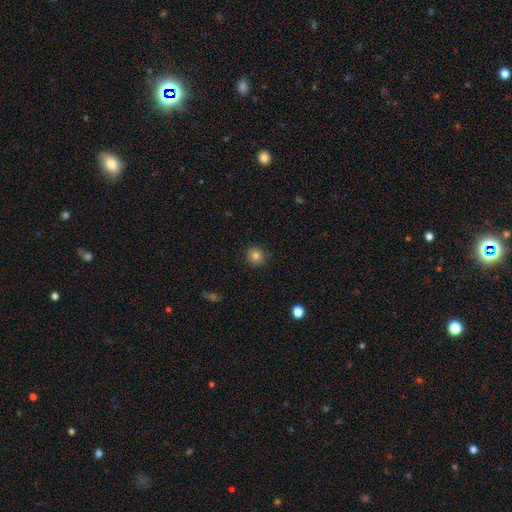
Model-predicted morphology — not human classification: Smooth or featured?
  - smooth: 80% *
  - star or artifact: 12%
  - featured or disk: 8%
How rounded?
  - round: 93% *
  - in between: 6%
  - cigar-shaped: 1%
Merging?
  - none: 88% *
  - minor disturbance: 9%
  - major disturbance: 2%
  - merger: 1%